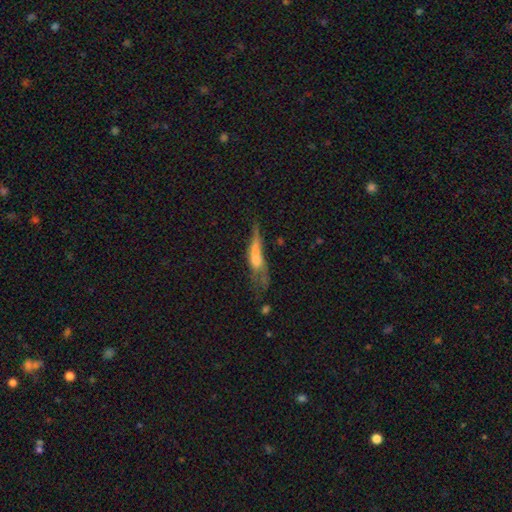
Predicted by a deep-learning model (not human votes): This appears to be a smooth galaxy with no disk features (51%) that is cigar-shaped (67%). Merging: major disturbance (42%).